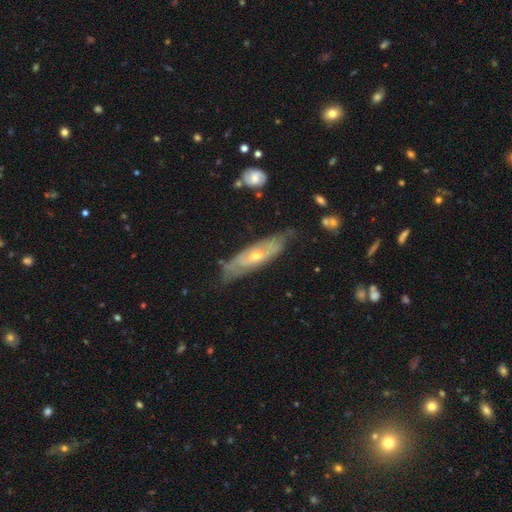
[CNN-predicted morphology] This appears to be a featured or disk galaxy (67%). Merging: none (70%).